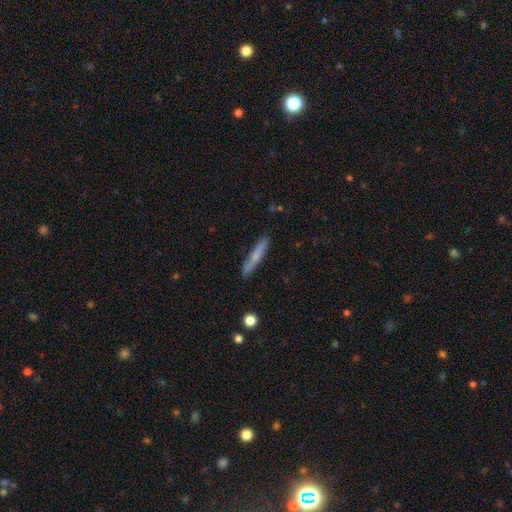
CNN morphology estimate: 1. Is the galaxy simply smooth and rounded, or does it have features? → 62% smooth, 32% featured or disk, 6% star or artifact.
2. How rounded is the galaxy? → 94% cigar-shaped, 5% in between, 2% round.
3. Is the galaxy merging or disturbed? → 87% none, 10% minor disturbance, 2% major disturbance, 2% merger.